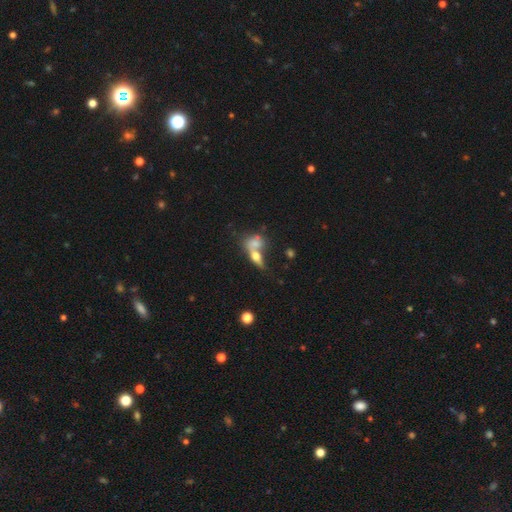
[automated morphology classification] smooth 55%, featured or disk 35%, star or artifact 10%. Down the decision tree: how rounded — in between (57%); merging — merger (53%).